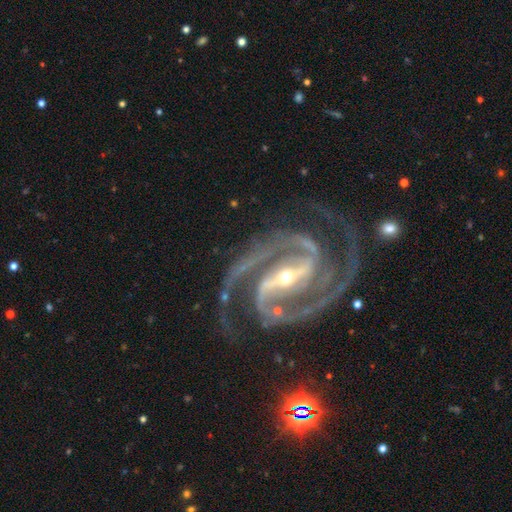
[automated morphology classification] Smooth or featured? featured or disk (94%)
Edge-on disk? no (98%)
Bar? strong (76%)
Spiral arms? yes (99%)
Spiral winding? medium (50%)
Spiral arm count? 2 (84%)
Bulge size? small (66%)
Merging? none (77%)